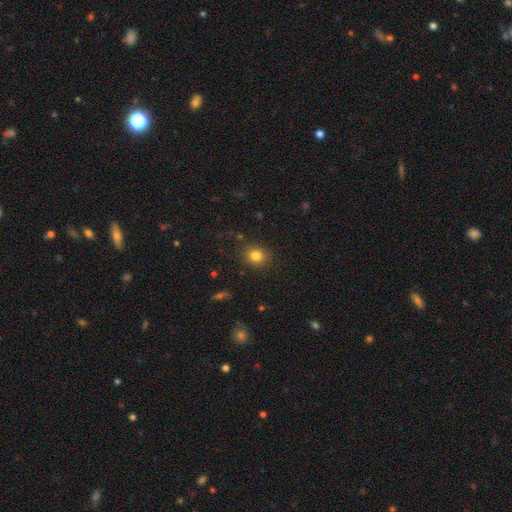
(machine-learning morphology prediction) Smooth or featured?
  - smooth: 82% *
  - star or artifact: 12%
  - featured or disk: 6%
How rounded?
  - round: 76% *
  - in between: 23%
  - cigar-shaped: 1%
Merging?
  - none: 88% *
  - minor disturbance: 8%
  - major disturbance: 3%
  - merger: 1%